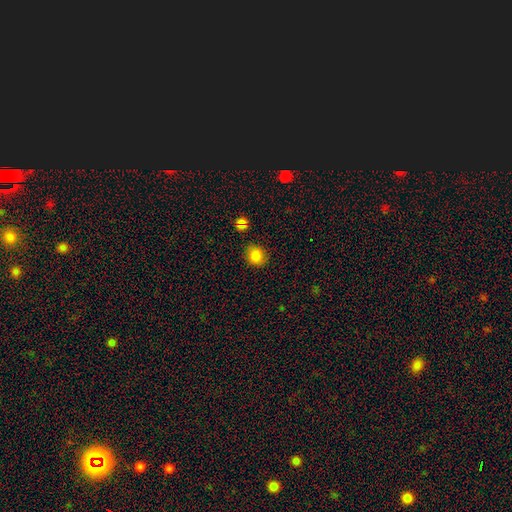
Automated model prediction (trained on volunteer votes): Overall: smooth (83%). How rounded: round (79%). Merging: none (86%).